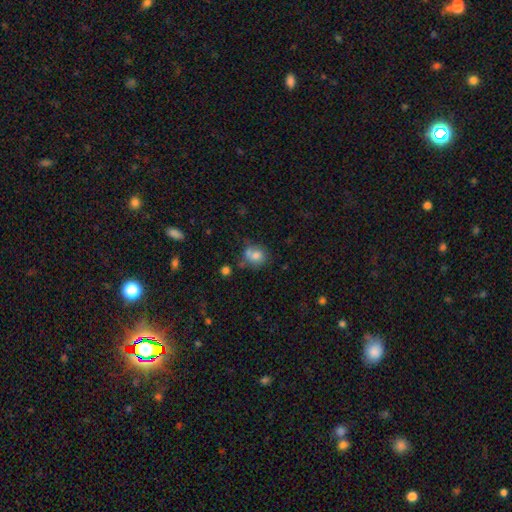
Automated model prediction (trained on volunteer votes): Morphology: type=smooth (74%); roundness=round (66%); merging=none (46%).